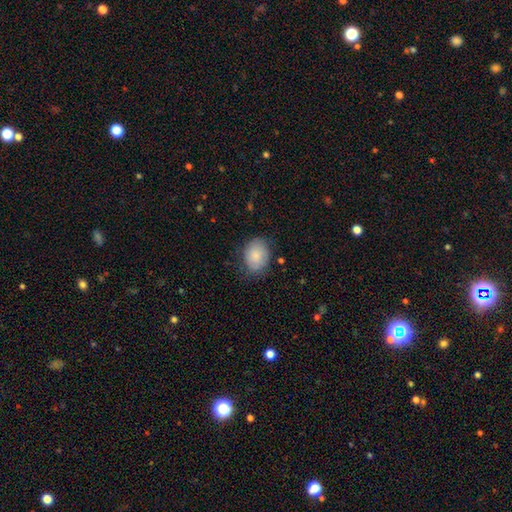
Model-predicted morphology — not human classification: A smooth galaxy with no disk features (85%) that is in between round and cigar-shaped (59%). Merging: none (71%).